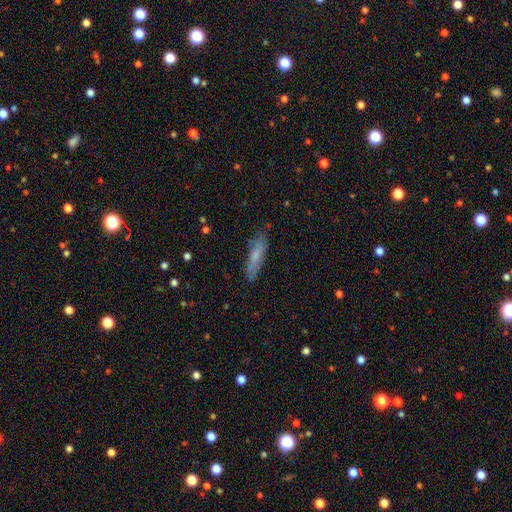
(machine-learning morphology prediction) This is likely a smooth galaxy (61%). How rounded: likely cigar-shaped (72%). Merging: likely none (77%).